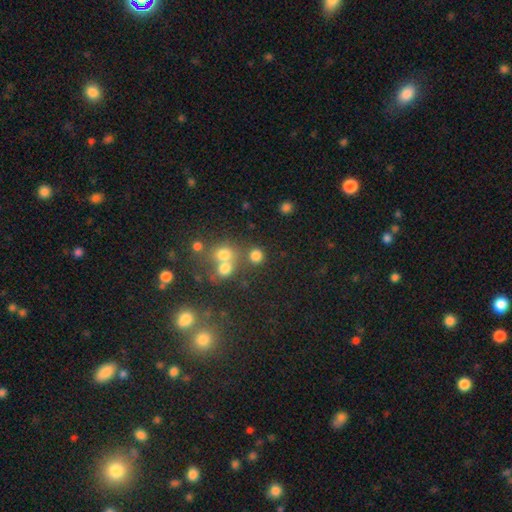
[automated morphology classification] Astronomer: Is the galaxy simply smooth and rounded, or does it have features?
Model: smooth — 76%.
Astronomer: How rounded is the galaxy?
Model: round — 86%.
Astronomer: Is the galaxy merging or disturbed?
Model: none — 65%.